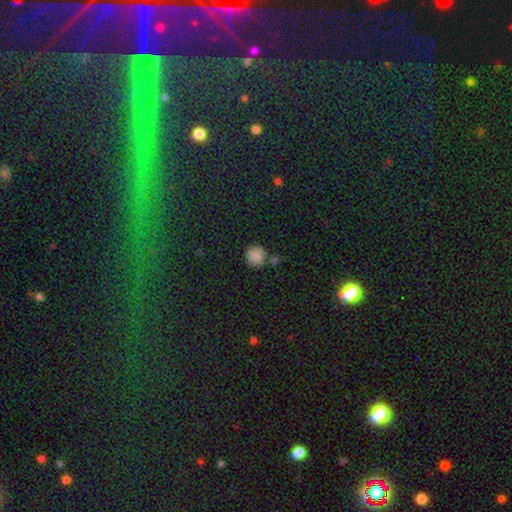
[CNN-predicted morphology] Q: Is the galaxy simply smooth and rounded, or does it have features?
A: smooth — 84%.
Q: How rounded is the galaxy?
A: round — 93%.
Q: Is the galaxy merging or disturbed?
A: none — 69%.